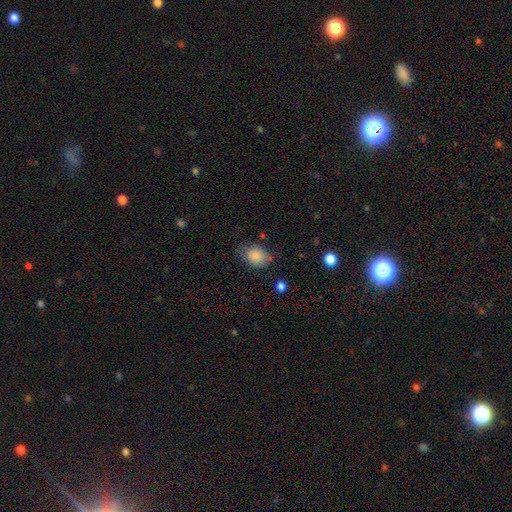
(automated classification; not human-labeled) smooth-or-featured: smooth: 85% | star or artifact: 8% | featured or disk: 6%
  how-rounded: in between: 70% | round: 29% | cigar-shaped: 1%
  merging: none: 65% | minor disturbance: 26% | major disturbance: 7% | merger: 2%